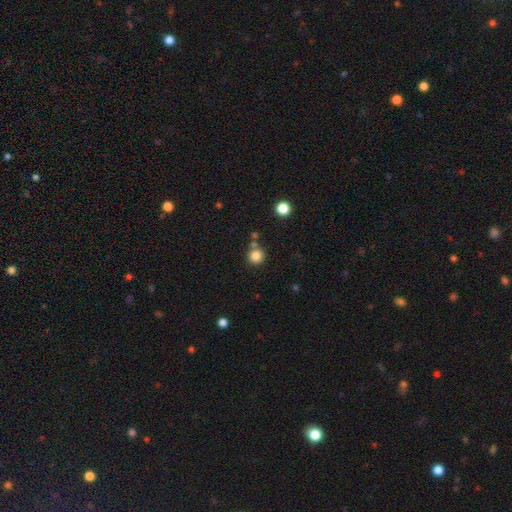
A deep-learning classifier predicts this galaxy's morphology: The model was most divided on "merging": none: 77%, merger: 12%, minor disturbance: 8%, major disturbance: 3%. More confident: how rounded — round (93%); smooth or featured — smooth (83%).